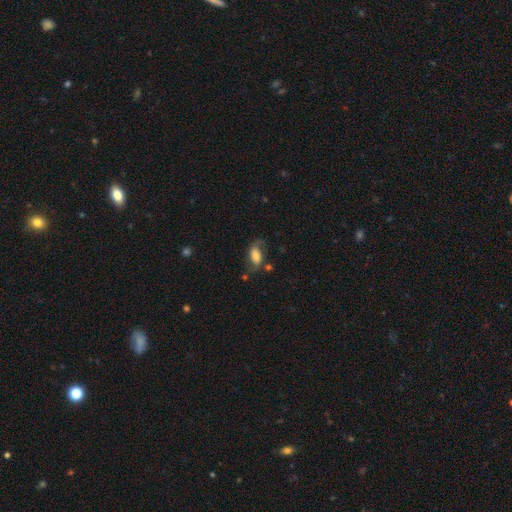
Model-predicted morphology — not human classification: Overall: featured or disk (46%; smooth 45%). Merging: none (54%; minor disturbance 23%).